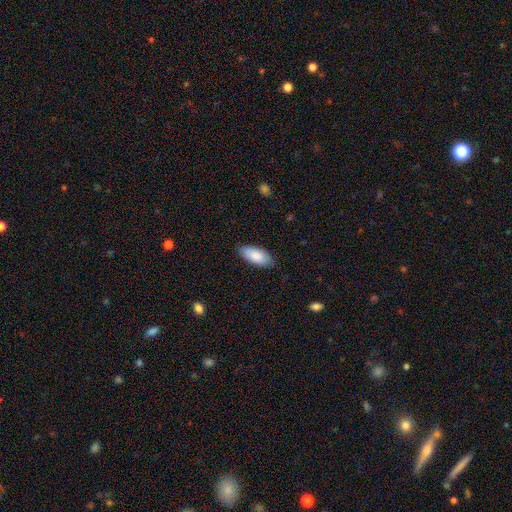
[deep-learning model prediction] Smooth or featured?
  - smooth: 86% *
  - featured or disk: 8%
  - star or artifact: 6%
How rounded?
  - in between: 90% *
  - cigar-shaped: 9%
  - round: 2%
Merging?
  - none: 84% *
  - minor disturbance: 12%
  - major disturbance: 2%
  - merger: 1%